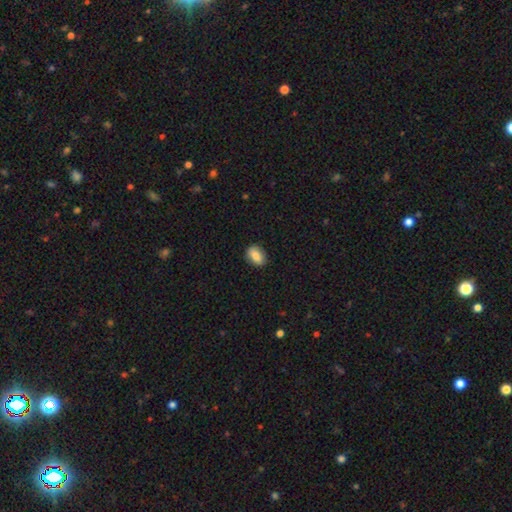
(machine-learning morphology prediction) This appears to be a smooth galaxy with no disk features (83%) that is in between round and cigar-shaped (77%). Merging: none (86%).